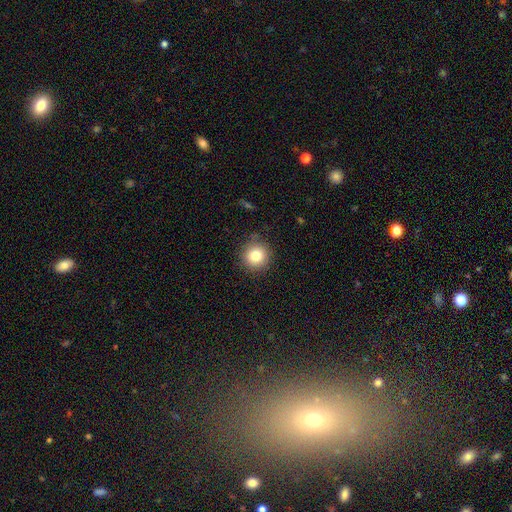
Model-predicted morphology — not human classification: type=smooth (81%); roundness=round (94%); merging=none (88%).